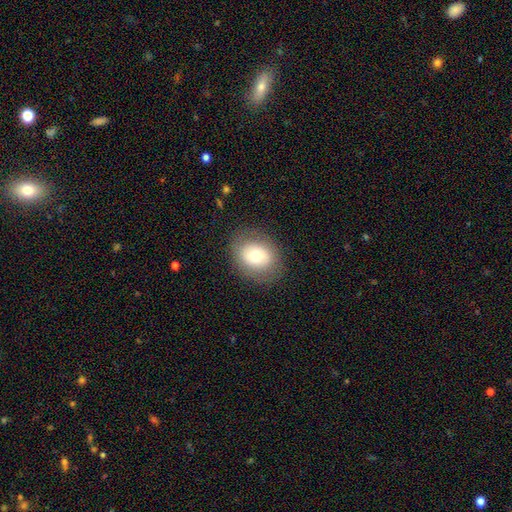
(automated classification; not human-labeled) The model was most divided on "how rounded": in between: 52%, round: 47%, cigar-shaped: 1%. More confident: merging — none (83%); smooth or featured — smooth (71%).